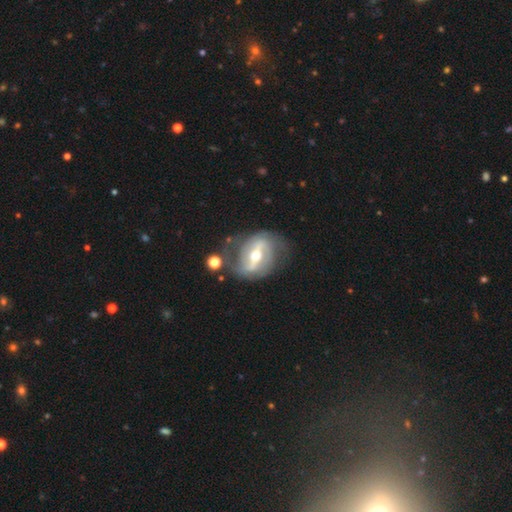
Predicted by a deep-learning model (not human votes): Smooth or featured? Predicted: featured or disk (p=0.84). Edge-on disk? Predicted: no (p=0.93). Bar? Predicted: strong (p=0.67). Spiral arms? Predicted: yes (p=0.81). Spiral winding? Predicted: medium (p=0.38). Spiral arm count? Predicted: 2 (p=0.80). Bulge size? Predicted: moderate (p=0.65). Merging? Predicted: none (p=0.64).